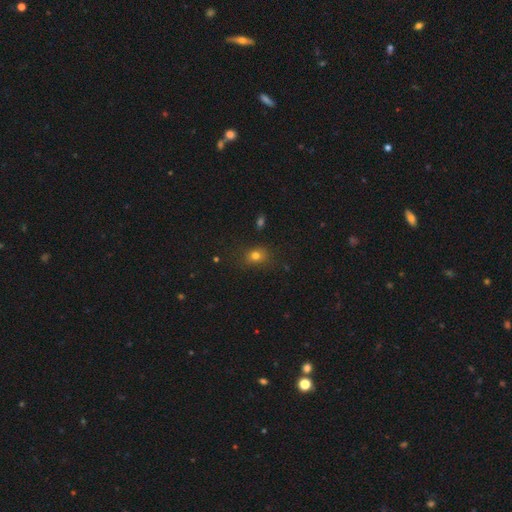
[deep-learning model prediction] A smooth galaxy with no disk features (76%) that is round (51%).

Vote fractions:
- Smooth or featured? smooth: 76% / star or artifact: 16% / featured or disk: 8%
- How rounded? round: 51% / in between: 48% / cigar-shaped: 1%
- Merging? none: 77% / minor disturbance: 16% / major disturbance: 5% / merger: 2%